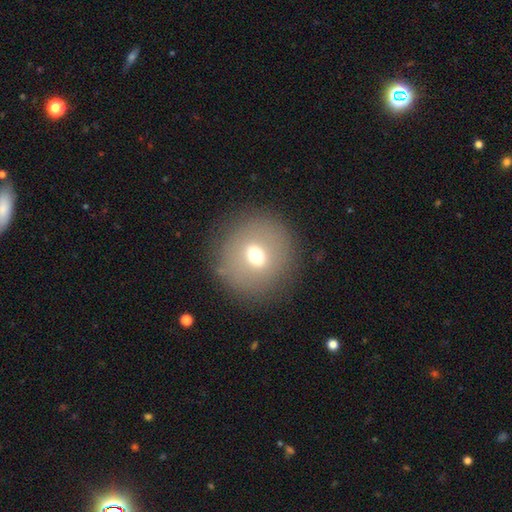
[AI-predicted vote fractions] Smooth or featured?
  - smooth: 58% *
  - featured or disk: 29%
  - star or artifact: 13%
How rounded?
  - round: 83% *
  - in between: 16%
  - cigar-shaped: 1%
Merging?
  - none: 84% *
  - minor disturbance: 9%
  - major disturbance: 5%
  - merger: 2%